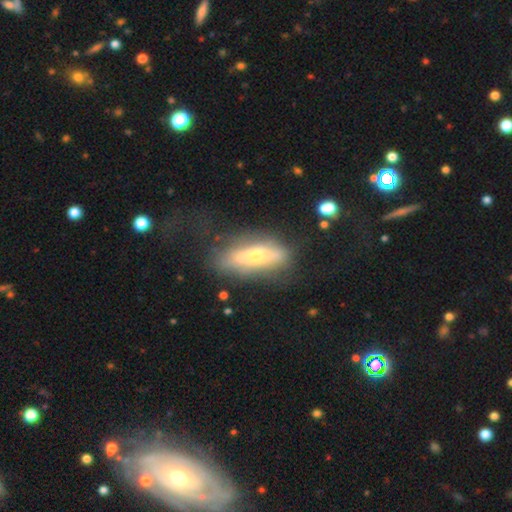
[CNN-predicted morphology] Smooth or featured: smooth — 47% (featured or disk — 45%)
Merging: none — 59% (minor disturbance — 22%)